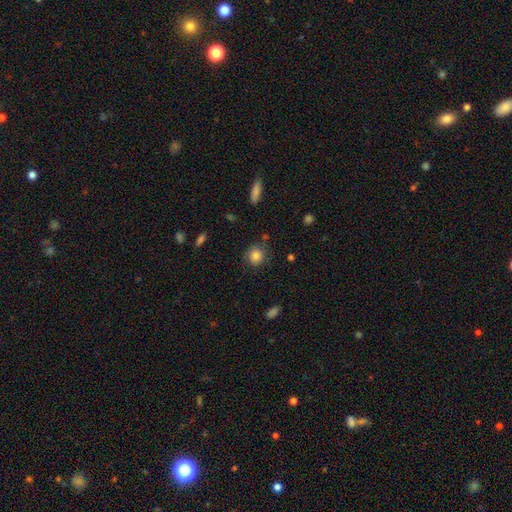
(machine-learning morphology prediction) Overall: smooth (78%). How rounded: round (85%). Merging: none (76%).